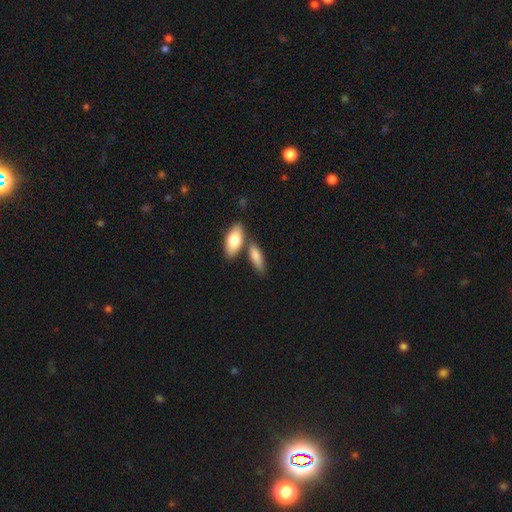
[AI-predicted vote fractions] Smooth or featured?
  - smooth: 79% *
  - featured or disk: 15%
  - star or artifact: 6%
How rounded?
  - in between: 66% *
  - cigar-shaped: 31%
  - round: 4%
Merging?
  - none: 58% *
  - merger: 26%
  - minor disturbance: 12%
  - major disturbance: 3%